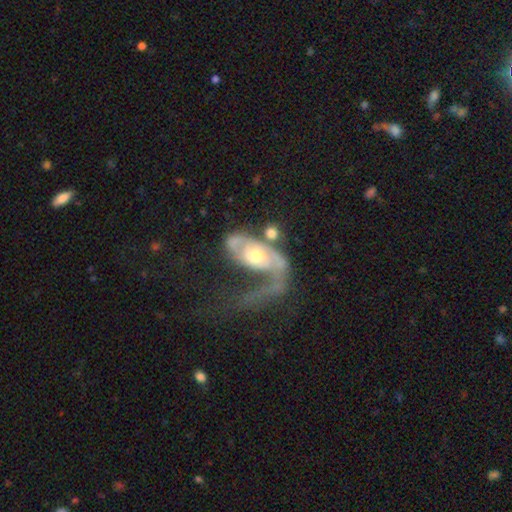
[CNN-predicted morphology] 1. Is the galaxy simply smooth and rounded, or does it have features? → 76% featured or disk, 18% smooth, 6% star or artifact.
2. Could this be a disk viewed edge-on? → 94% no, 6% yes.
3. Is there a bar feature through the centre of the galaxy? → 70% no, 23% weak, 7% strong.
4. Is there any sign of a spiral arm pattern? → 81% yes, 19% no.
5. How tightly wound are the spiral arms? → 42% loose, 31% medium, 26% tight.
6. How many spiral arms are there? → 63% 1, 21% 2, 11% can't tell, 2% 3, 1% 4, 1% more than 4.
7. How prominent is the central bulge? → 64% moderate, 26% small, 7% large, 2% none, 1% dominant.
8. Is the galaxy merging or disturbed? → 52% major disturbance, 19% none, 16% merger, 12% minor disturbance.